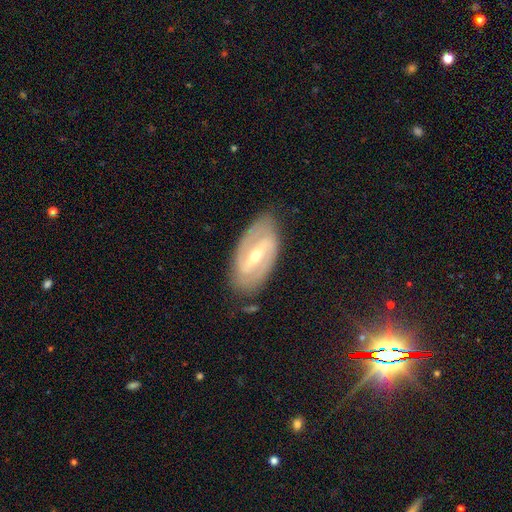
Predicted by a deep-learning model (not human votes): Smooth or featured? Predicted: featured or disk (p=0.85). Edge-on disk? Predicted: no (p=0.93). Bar? Predicted: strong (p=0.62). Spiral arms? Predicted: yes (p=0.88). Spiral winding? Predicted: medium (p=0.43). Spiral arm count? Predicted: 2 (p=0.86). Bulge size? Predicted: small (p=0.50). Merging? Predicted: none (p=0.81).